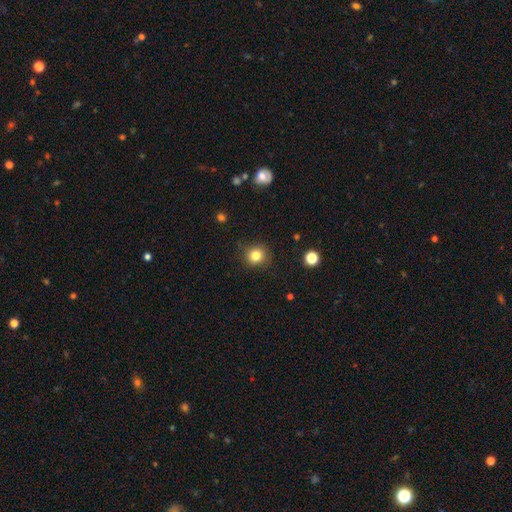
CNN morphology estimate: Smooth or featured: smooth — 82% (star or artifact — 12%)
How rounded: round — 89% (in between — 10%)
Merging: none — 87% (minor disturbance — 9%)